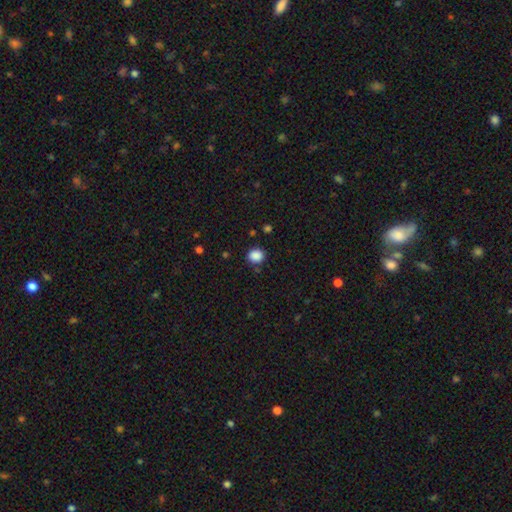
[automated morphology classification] Smooth or featured?
  - smooth: 87% *
  - star or artifact: 10%
  - featured or disk: 3%
How rounded?
  - round: 72% *
  - in between: 27%
  - cigar-shaped: 1%
Merging?
  - none: 83% *
  - minor disturbance: 11%
  - major disturbance: 3%
  - merger: 3%